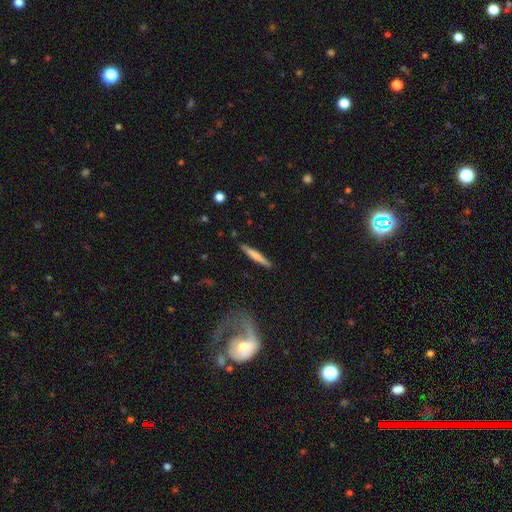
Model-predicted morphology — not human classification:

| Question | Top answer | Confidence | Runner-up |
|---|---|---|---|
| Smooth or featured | smooth | 68% | featured or disk (27%) |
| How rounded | cigar-shaped | 95% | in between (4%) |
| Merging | none | 89% | minor disturbance (8%) |